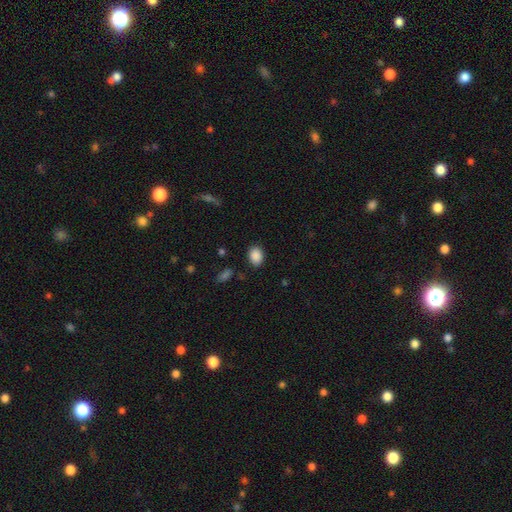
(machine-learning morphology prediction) Smooth or featured? smooth (89%)
How rounded? in between (70%)
Merging? none (86%)